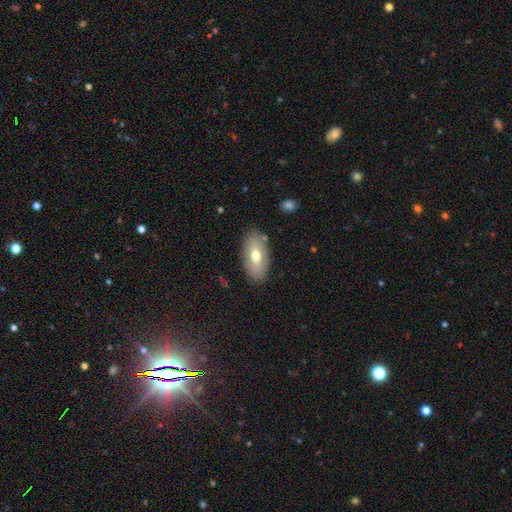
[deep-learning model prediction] Smooth or featured? smooth (65%)
How rounded? in between (92%)
Merging? none (82%)